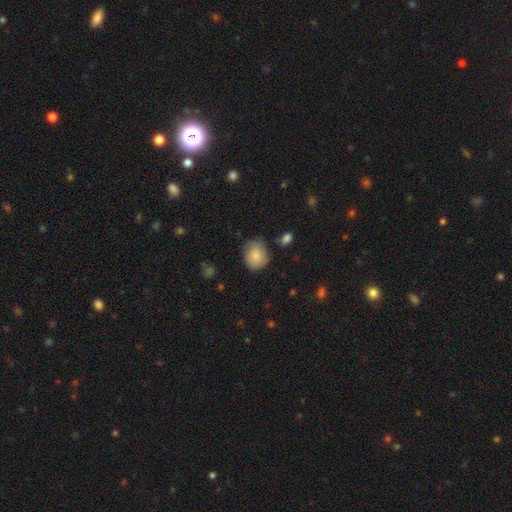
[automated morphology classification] A smooth galaxy with no disk features (81%) that is round (66%).

Vote fractions:
- Smooth or featured? smooth: 81% / featured or disk: 12% / star or artifact: 7%
- How rounded? round: 66% / in between: 33% / cigar-shaped: 1%
- Merging? none: 65% / minor disturbance: 27% / major disturbance: 6% / merger: 2%